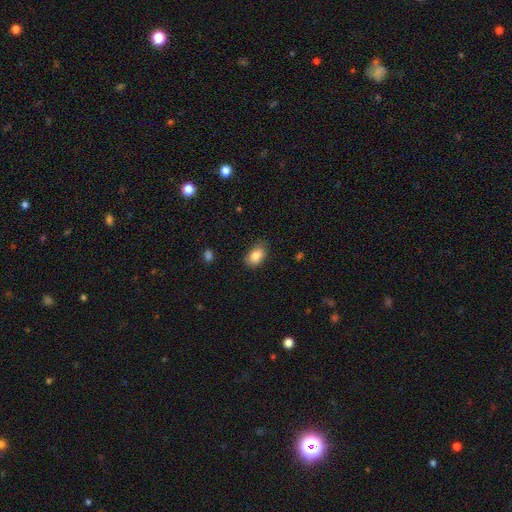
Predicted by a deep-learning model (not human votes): This is clearly a smooth galaxy (84%). How rounded: clearly in between (85%). Merging: likely none (76%).